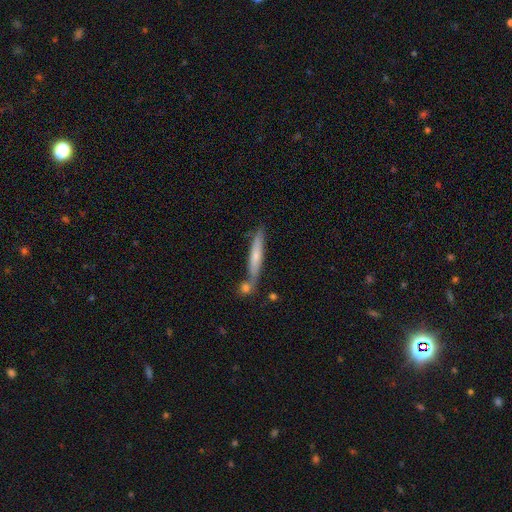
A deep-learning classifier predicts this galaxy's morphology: This appears to be a smooth galaxy with no disk features (53%) that is cigar-shaped (92%). Merging: none (68%).